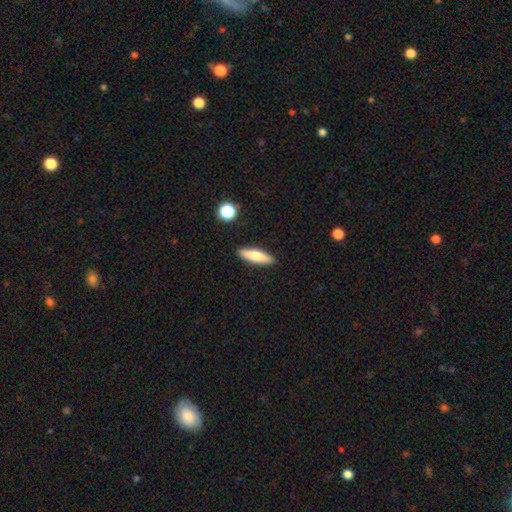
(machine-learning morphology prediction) Q: Smooth or featured?
A: smooth (65%); runner-up: featured or disk (29%)
Q: How rounded?
A: cigar-shaped (64%); runner-up: in between (34%)
Q: Merging?
A: none (89%); runner-up: minor disturbance (7%)